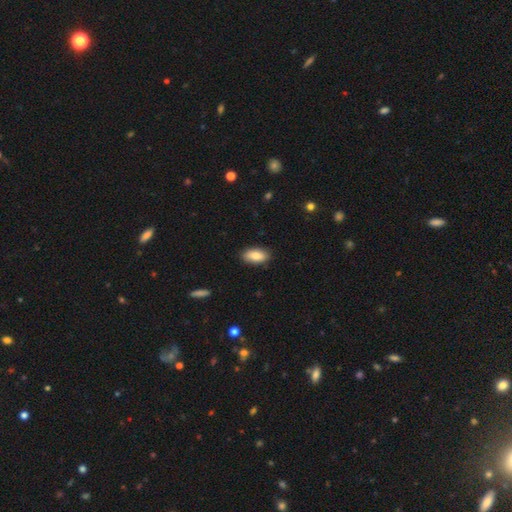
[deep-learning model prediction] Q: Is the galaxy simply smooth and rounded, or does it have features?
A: smooth — 85%.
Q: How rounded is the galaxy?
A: in between — 92%.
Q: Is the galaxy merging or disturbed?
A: none — 88%.